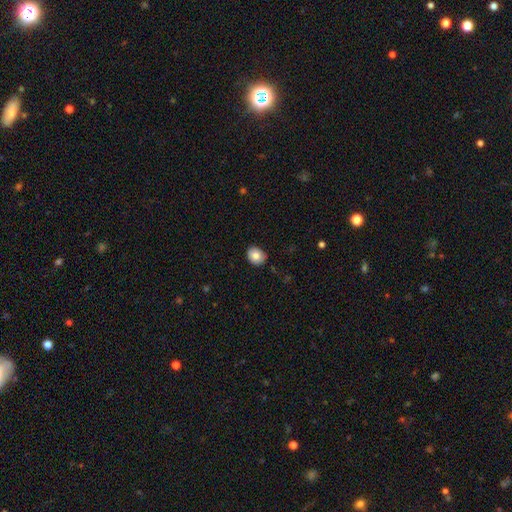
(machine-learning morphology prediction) Smooth or featured?
  - smooth: 80% *
  - featured or disk: 11%
  - star or artifact: 8%
How rounded?
  - round: 57% *
  - in between: 42%
  - cigar-shaped: 1%
Merging?
  - none: 86% *
  - minor disturbance: 11%
  - major disturbance: 2%
  - merger: 1%